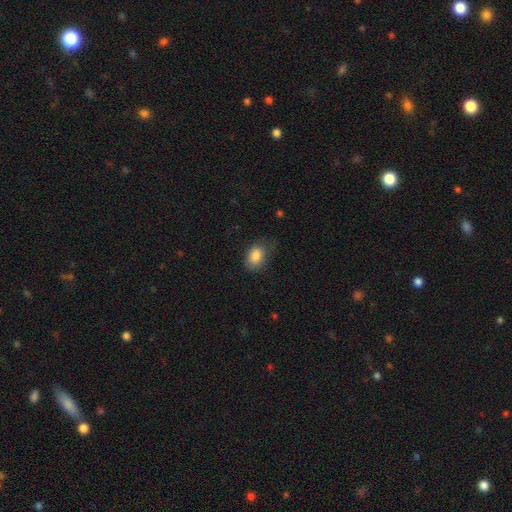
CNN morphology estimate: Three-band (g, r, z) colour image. It shows a smooth galaxy with no disk features (85%) that is in between round and cigar-shaped (82%). Merging: none (66%).